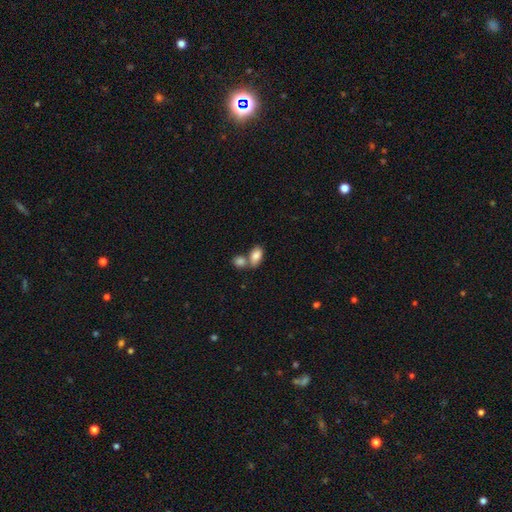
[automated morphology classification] A smooth galaxy with no disk features (85%) that is in between round and cigar-shaped (89%). Merging: merger (46%).